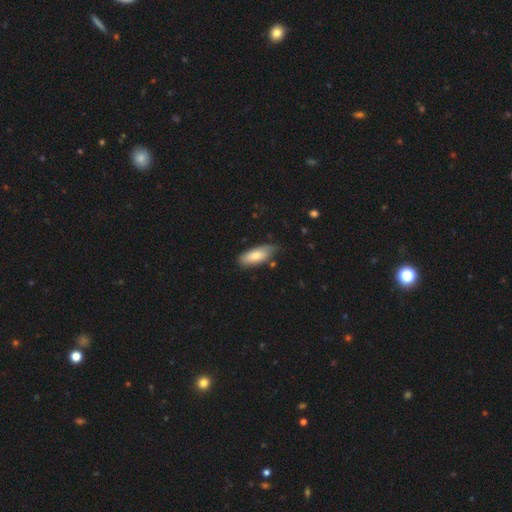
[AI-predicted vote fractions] A smooth galaxy with no disk features (75%) that is in between round and cigar-shaped (75%).

Vote fractions:
- Smooth or featured? smooth: 75% / featured or disk: 19% / star or artifact: 6%
- How rounded? in between: 75% / cigar-shaped: 23% / round: 2%
- Merging? none: 69% / minor disturbance: 25% / major disturbance: 4% / merger: 3%